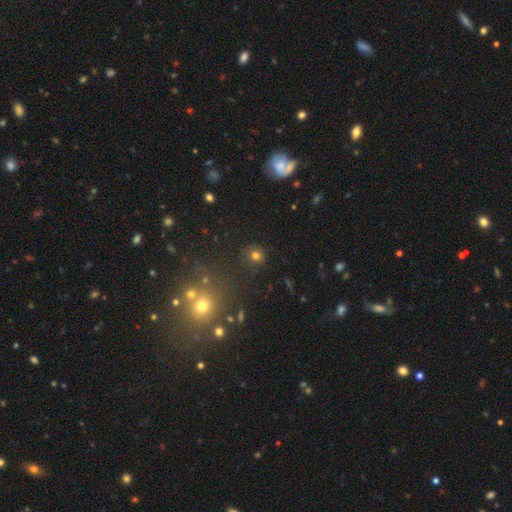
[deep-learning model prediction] A smooth galaxy with no disk features (74%) that is round (90%). Merging: none (84%).